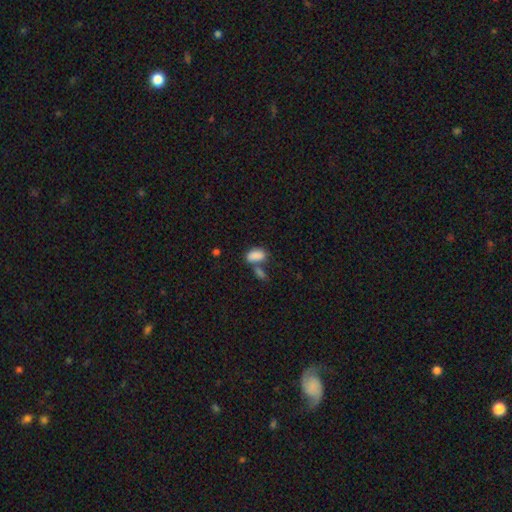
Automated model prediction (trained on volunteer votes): Overall: smooth (86%). How rounded: in between (93%). Merging: merger (42%; none 38%).